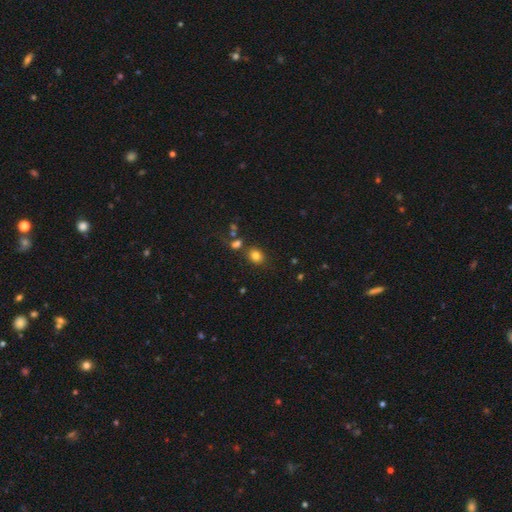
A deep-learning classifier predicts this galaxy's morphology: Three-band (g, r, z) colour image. It shows a smooth galaxy with no disk features (80%) that is round (56%). Merging: none (76%).